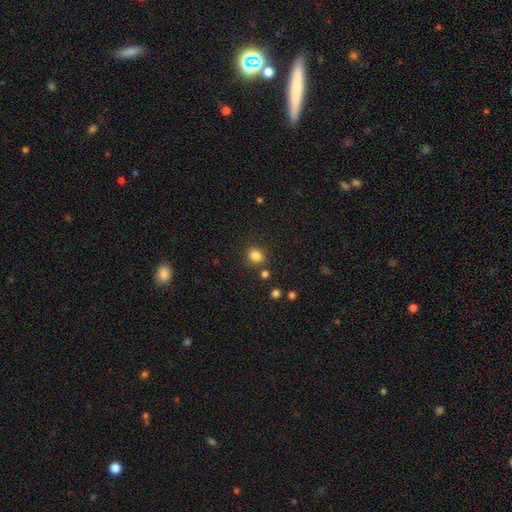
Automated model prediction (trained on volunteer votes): This is clearly a smooth galaxy (82%). How rounded: possibly round (52%). Merging: likely none (77%).